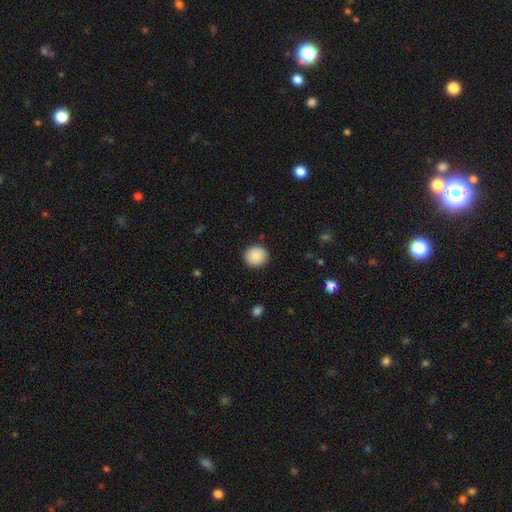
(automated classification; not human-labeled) Smooth or featured?
  - smooth: 89% *
  - star or artifact: 7%
  - featured or disk: 4%
How rounded?
  - round: 88% *
  - in between: 12%
  - cigar-shaped: 1%
Merging?
  - none: 91% *
  - minor disturbance: 6%
  - major disturbance: 2%
  - merger: 1%